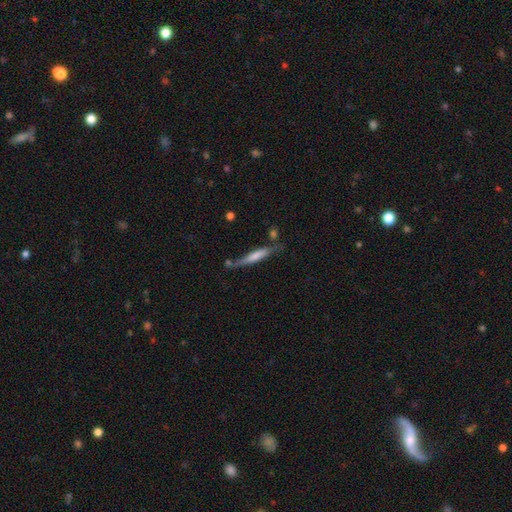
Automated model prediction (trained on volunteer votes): A smooth galaxy with no disk features (54%) that is cigar-shaped (89%). Merging: none (60%).